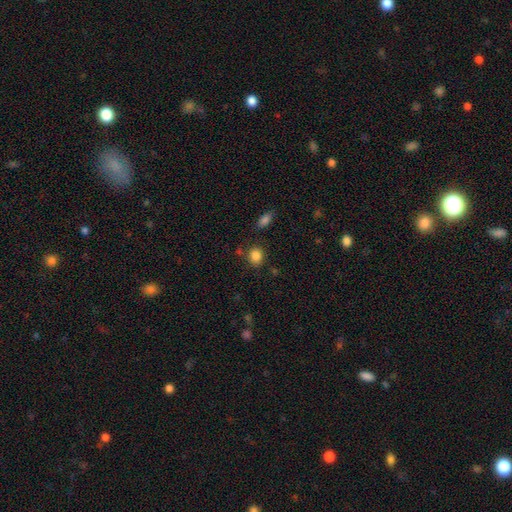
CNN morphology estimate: Smooth or featured?
  - smooth: 85% *
  - star or artifact: 10%
  - featured or disk: 5%
How rounded?
  - round: 62% *
  - in between: 36%
  - cigar-shaped: 1%
Merging?
  - none: 79% *
  - minor disturbance: 12%
  - merger: 5%
  - major disturbance: 4%